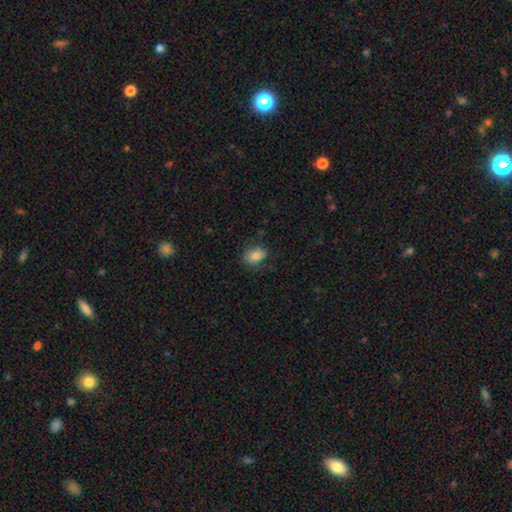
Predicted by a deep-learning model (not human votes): Smooth or featured: smooth — 77% (featured or disk — 15%)
How rounded: in between — 63% (round — 36%)
Merging: none — 73% (minor disturbance — 19%)